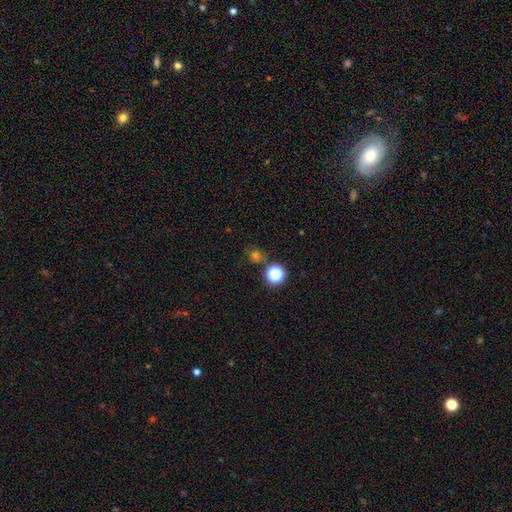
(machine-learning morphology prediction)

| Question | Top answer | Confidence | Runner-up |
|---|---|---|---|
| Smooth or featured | smooth | 56% | star or artifact (37%) |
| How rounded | round | 90% | in between (9%) |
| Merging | none | 80% | merger (9%) |